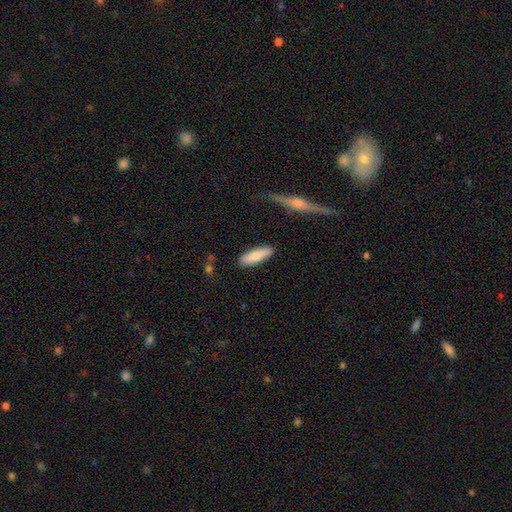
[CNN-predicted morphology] This is likely a smooth galaxy (77%). How rounded: possibly in between (49%, tied with cigar-shaped). Merging: clearly none (84%).